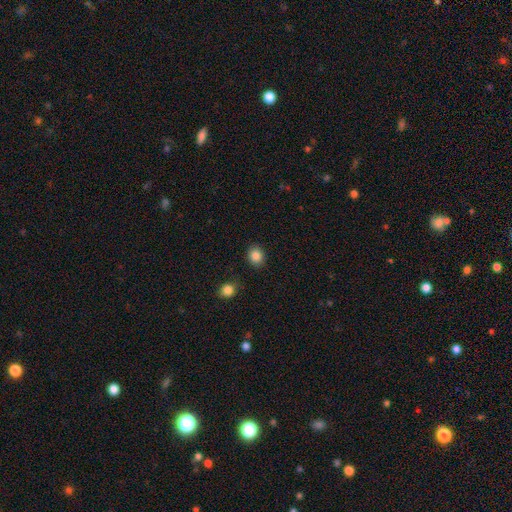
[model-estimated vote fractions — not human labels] This appears to be a smooth galaxy with no disk features (86%) that is round (61%). Merging: none (87%).